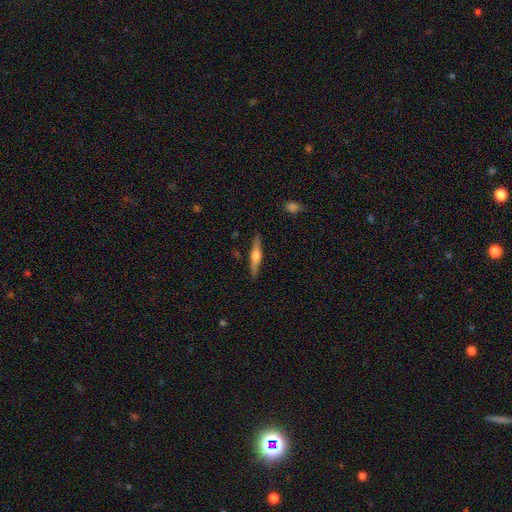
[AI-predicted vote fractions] The model was most divided on "smooth or featured": featured or disk: 69%, smooth: 26%, star or artifact: 6%. More confident: edge-on disk — yes (98%); edge-on bulge — rounded (92%); merging — none (90%).